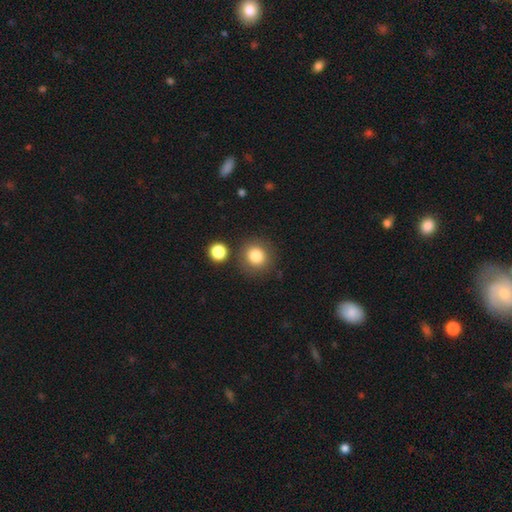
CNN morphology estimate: Smooth or featured? smooth (82%)
How rounded? round (90%)
Merging? none (82%)